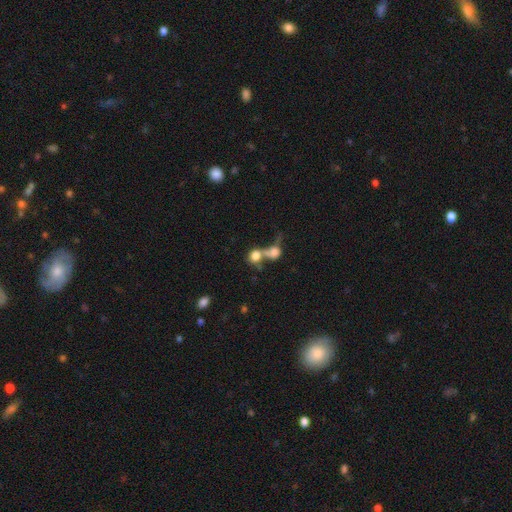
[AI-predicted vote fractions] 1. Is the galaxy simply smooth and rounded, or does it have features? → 73% smooth, 16% featured or disk, 11% star or artifact.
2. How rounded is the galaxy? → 69% round, 29% in between, 2% cigar-shaped.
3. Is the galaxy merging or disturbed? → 66% merger, 20% none, 8% major disturbance, 6% minor disturbance.